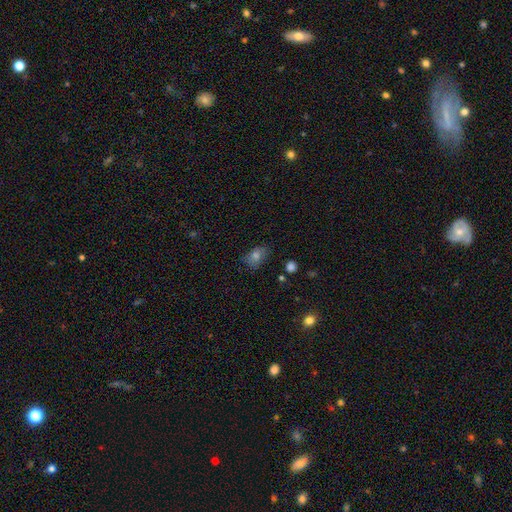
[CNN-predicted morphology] A smooth galaxy with no disk features (68%) that is in between round and cigar-shaped (75%). Merging: none (74%).